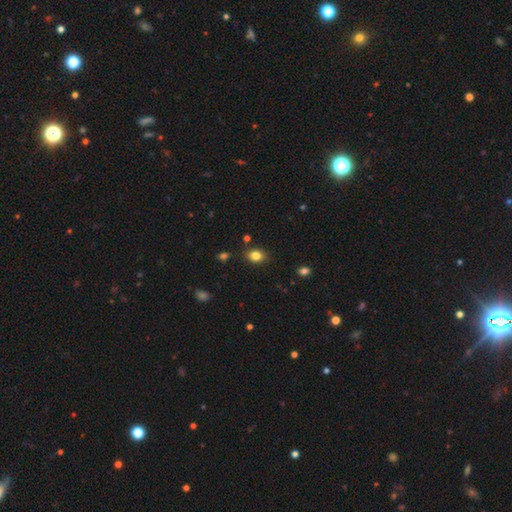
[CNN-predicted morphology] smooth_or_featured: smooth (p=0.83) [alt: star or artifact p=0.11]
how_rounded: in between (p=0.64) [alt: round p=0.35]
merging: none (p=0.85) [alt: minor disturbance p=0.11]